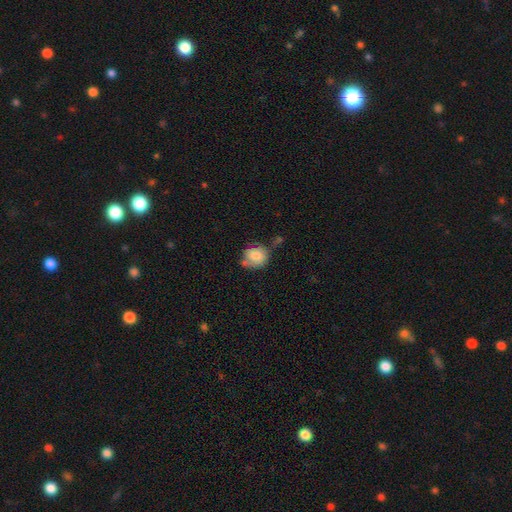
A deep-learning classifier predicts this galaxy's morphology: smooth 72%, featured or disk 19%, star or artifact 8%. Down the decision tree: how rounded — round (75%); merging — none (48%).